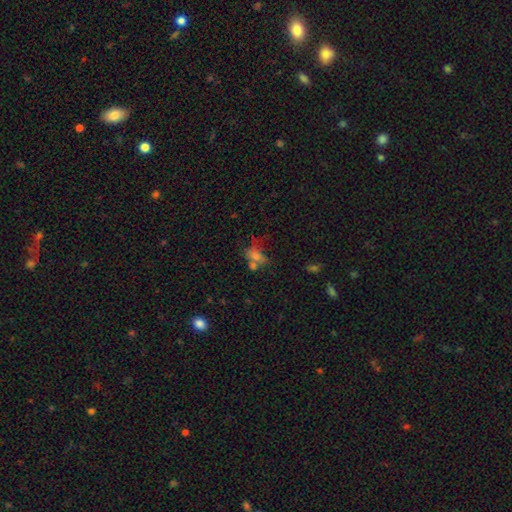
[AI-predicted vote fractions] The model was most divided on "merging": none: 39%, merger: 29%, minor disturbance: 17%, major disturbance: 15%. More confident: how rounded — in between (58%); smooth or featured — smooth (53%).